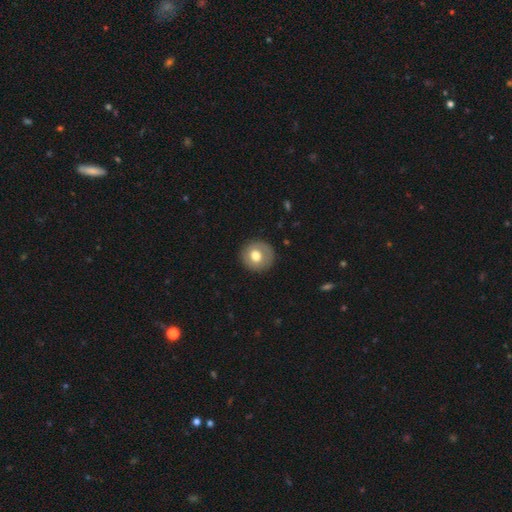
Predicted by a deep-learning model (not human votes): smooth 68%, featured or disk 25%, star or artifact 7%. Down the decision tree: how rounded — round (90%); merging — none (87%).